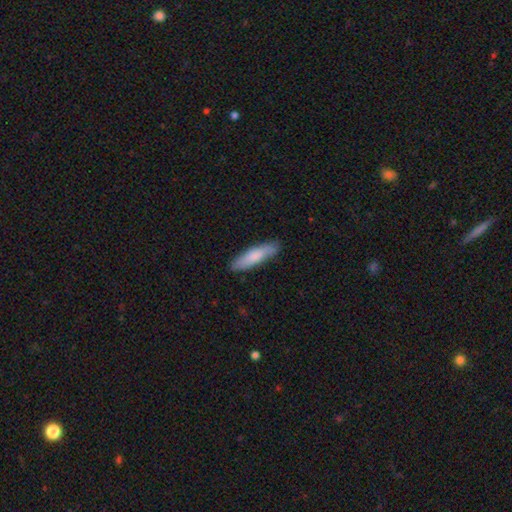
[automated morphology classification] This appears to be a smooth galaxy with no disk features (79%) that is cigar-shaped (69%). Merging: none (83%).